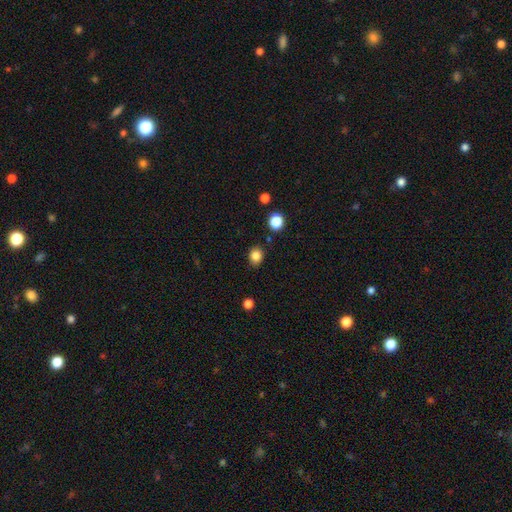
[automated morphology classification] Q: Smooth or featured?
A: smooth (84%); runner-up: star or artifact (11%)
Q: How rounded?
A: round (61%); runner-up: in between (38%)
Q: Merging?
A: none (84%); runner-up: minor disturbance (11%)